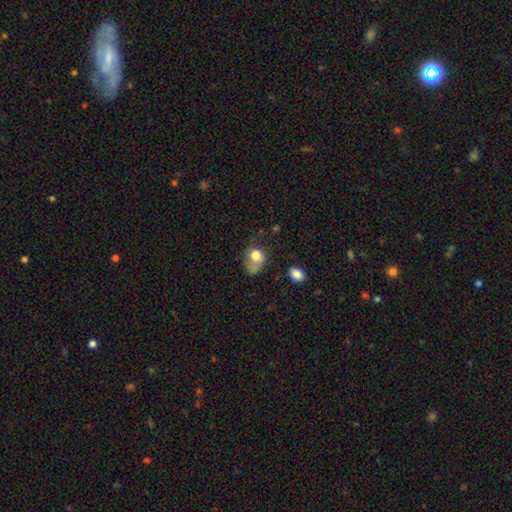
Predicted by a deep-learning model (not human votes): smooth_or_featured: smooth (p=0.73) [alt: featured or disk p=0.18]
how_rounded: round (p=0.52) [alt: in between p=0.47]
merging: major disturbance (p=0.34) [alt: minor disturbance p=0.29]